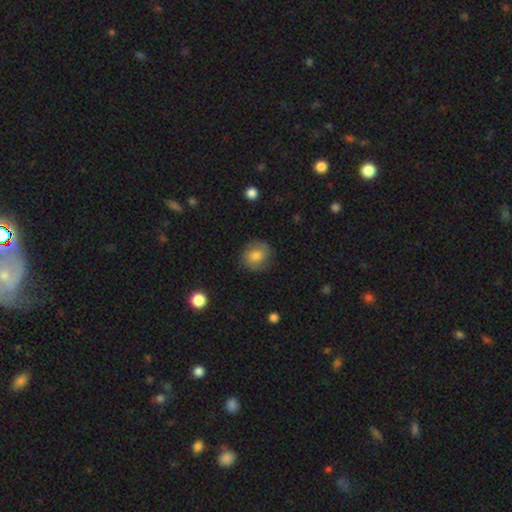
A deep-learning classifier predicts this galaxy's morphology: type=smooth (78%); roundness=round (77%); merging=none (82%).